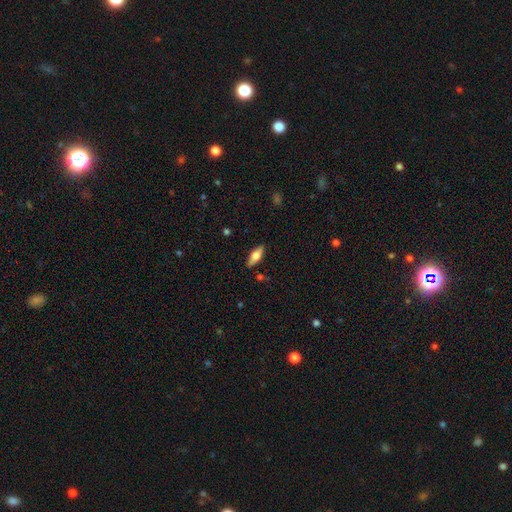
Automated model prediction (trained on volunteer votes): smooth 58%, featured or disk 36%, star or artifact 6%. Down the decision tree: how rounded — in between (67%); merging — none (87%).